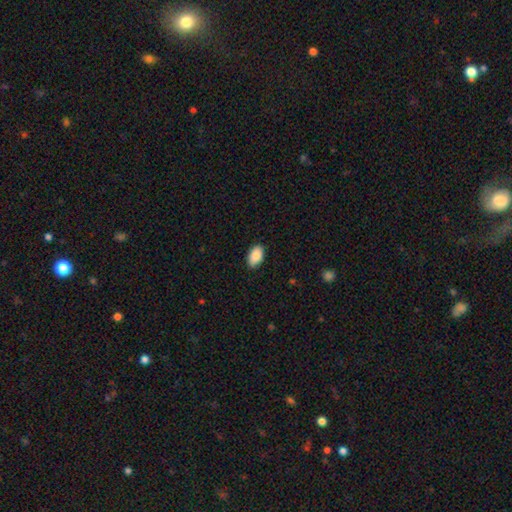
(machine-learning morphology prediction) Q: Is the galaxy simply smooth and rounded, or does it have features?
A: smooth — 90%.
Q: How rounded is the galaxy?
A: in between — 94%.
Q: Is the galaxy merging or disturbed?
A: none — 87%.